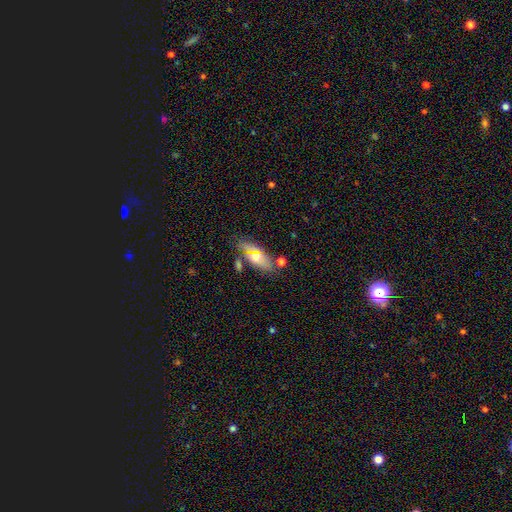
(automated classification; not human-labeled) Smooth or featured? Predicted: smooth (p=0.60). How rounded? Predicted: in between (p=0.73). Merging? Predicted: none (p=0.73).